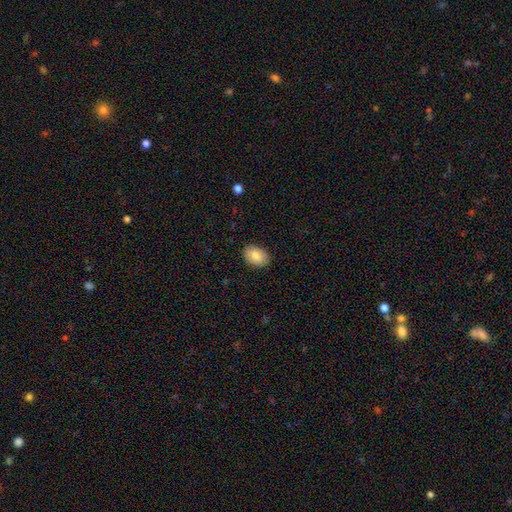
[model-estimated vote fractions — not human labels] Overall: smooth (85%). How rounded: in between (81%). Merging: none (89%).